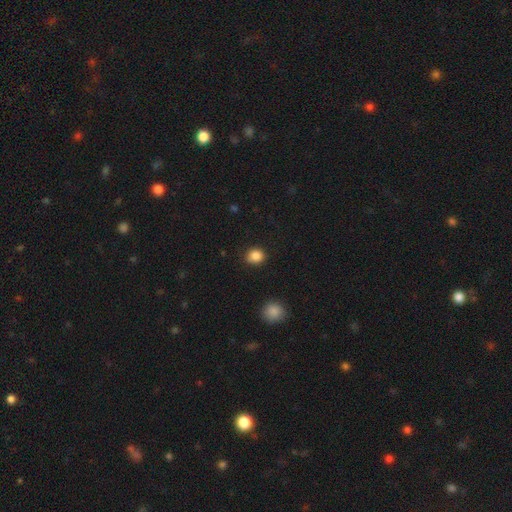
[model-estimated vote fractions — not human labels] smooth-or-featured: smooth: 86% | star or artifact: 10% | featured or disk: 4%
  how-rounded: round: 78% | in between: 21% | cigar-shaped: 1%
  merging: none: 87% | minor disturbance: 9% | major disturbance: 2% | merger: 1%